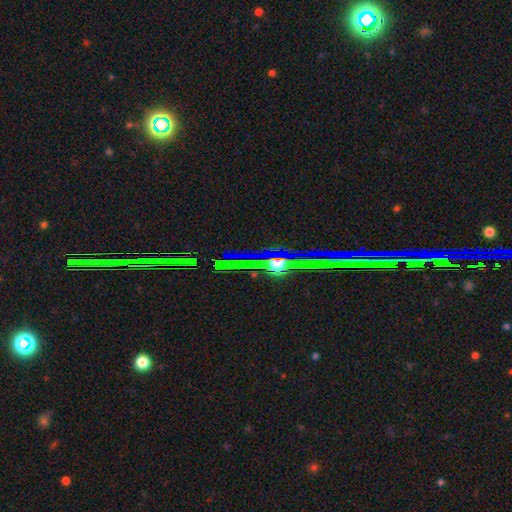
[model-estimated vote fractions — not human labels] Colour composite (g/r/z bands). It shows a star or artifact, not a galaxy (80%).